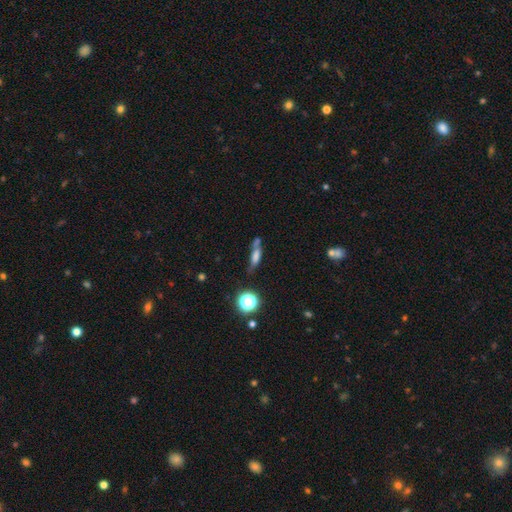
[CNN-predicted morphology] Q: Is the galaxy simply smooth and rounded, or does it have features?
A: smooth — 60%.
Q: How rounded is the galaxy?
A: cigar-shaped — 52%.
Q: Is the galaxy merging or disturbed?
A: none — 47%.